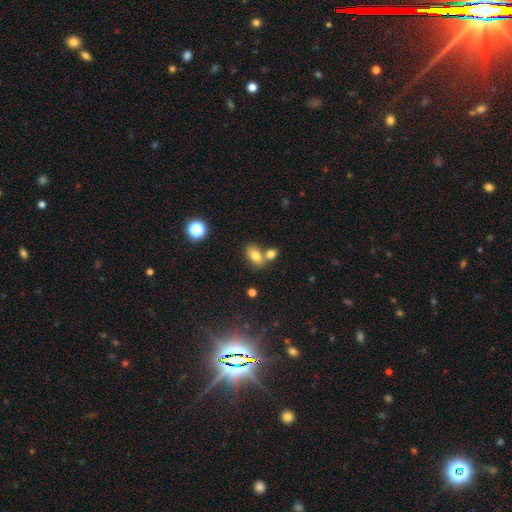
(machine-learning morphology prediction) Smooth or featured? smooth (78%)
How rounded? in between (87%)
Merging? none (52%)